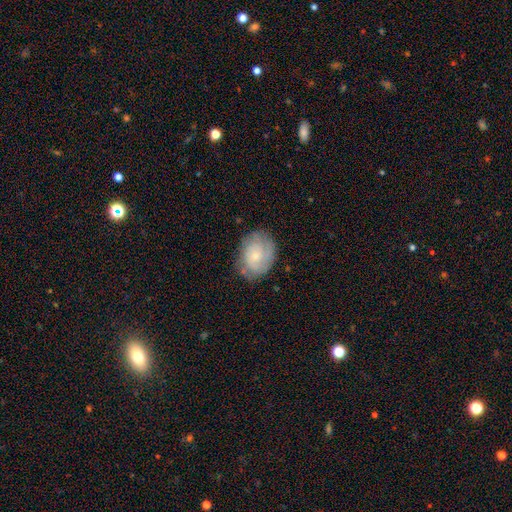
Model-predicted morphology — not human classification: A featured or disk galaxy (63%) with no bar (76%), tight (60%) spiral arms (89%) and a small central bulge (69%). Merging: none (73%).